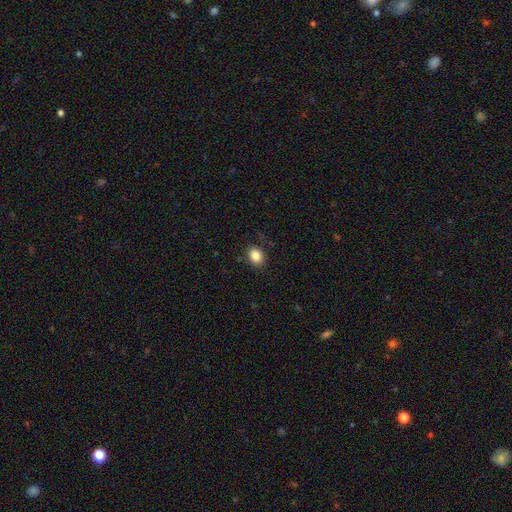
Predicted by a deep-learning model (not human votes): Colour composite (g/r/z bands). It shows a smooth galaxy with no disk features (85%) that is in between round and cigar-shaped (59%). Merging: none (86%).